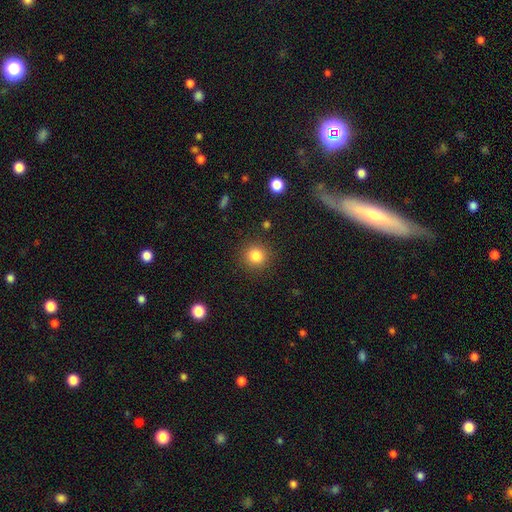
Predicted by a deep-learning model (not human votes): smooth-or-featured: smooth: 83% | star or artifact: 11% | featured or disk: 5%
  how-rounded: round: 92% | in between: 7% | cigar-shaped: 1%
  merging: none: 90% | minor disturbance: 6% | major disturbance: 3% | merger: 1%